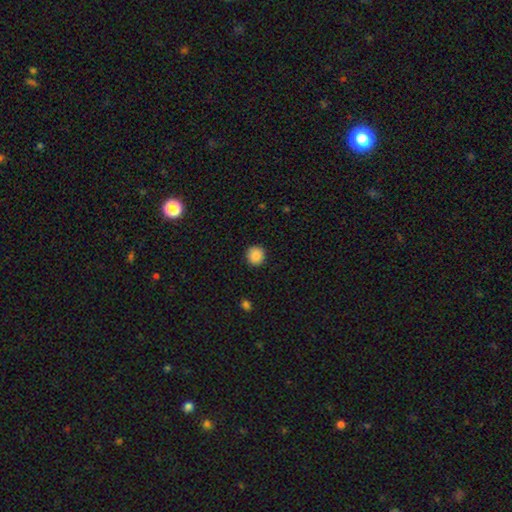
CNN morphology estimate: Smooth or featured?
  - smooth: 88% *
  - star or artifact: 9%
  - featured or disk: 3%
How rounded?
  - round: 94% *
  - in between: 5%
  - cigar-shaped: 1%
Merging?
  - none: 92% *
  - minor disturbance: 5%
  - major disturbance: 2%
  - merger: 1%